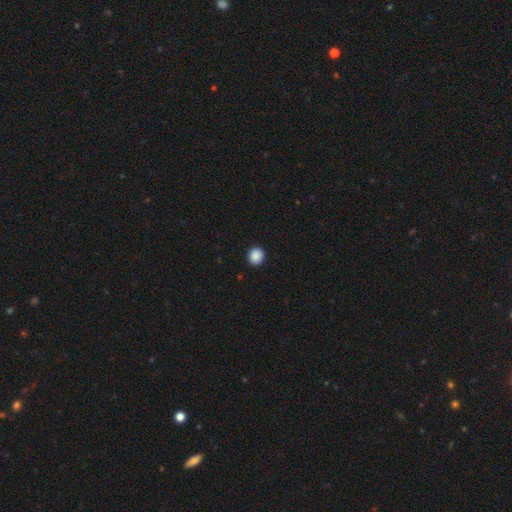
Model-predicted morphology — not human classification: smooth_or_featured: smooth (p=0.89) [alt: star or artifact p=0.09]
how_rounded: round (p=0.87) [alt: in between p=0.12]
merging: none (p=0.93) [alt: minor disturbance p=0.05]